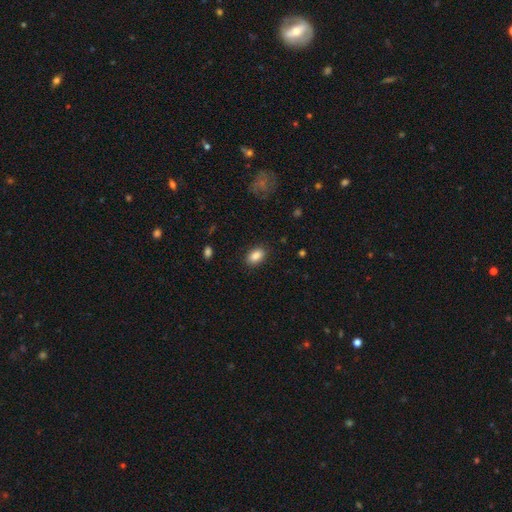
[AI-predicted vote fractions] smooth 88%, star or artifact 8%, featured or disk 4%. Down the decision tree: how rounded — in between (89%); merging — none (87%).